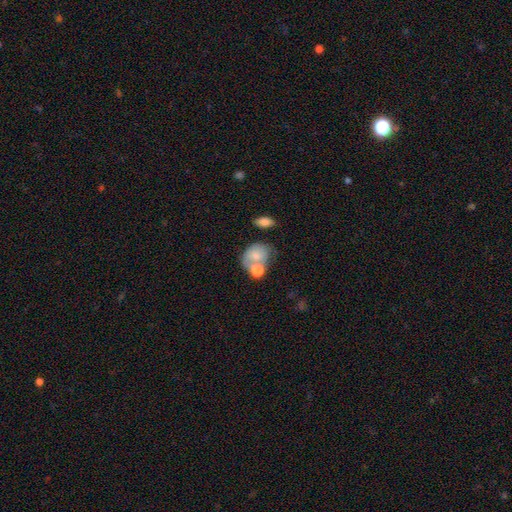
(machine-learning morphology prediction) Smooth or featured? smooth (68%)
How rounded? in between (54%)
Merging? merger (36%)